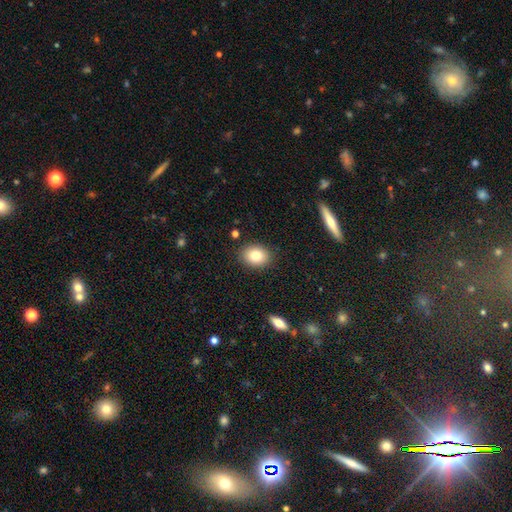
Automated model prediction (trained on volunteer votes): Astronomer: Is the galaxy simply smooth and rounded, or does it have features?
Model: smooth — 81%.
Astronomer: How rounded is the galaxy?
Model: in between — 57% (runner-up: round, 42%).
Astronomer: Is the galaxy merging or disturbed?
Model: none — 88%.